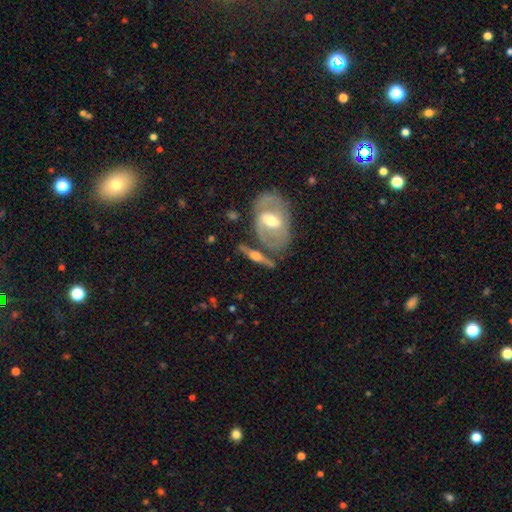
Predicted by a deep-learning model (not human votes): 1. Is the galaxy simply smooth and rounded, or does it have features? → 70% featured or disk, 24% smooth, 6% star or artifact.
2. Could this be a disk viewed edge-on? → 77% yes, 23% no.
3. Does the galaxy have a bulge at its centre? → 91% rounded, 6% boxy, 3% none.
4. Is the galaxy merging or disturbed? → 59% none, 17% minor disturbance, 17% merger, 7% major disturbance.